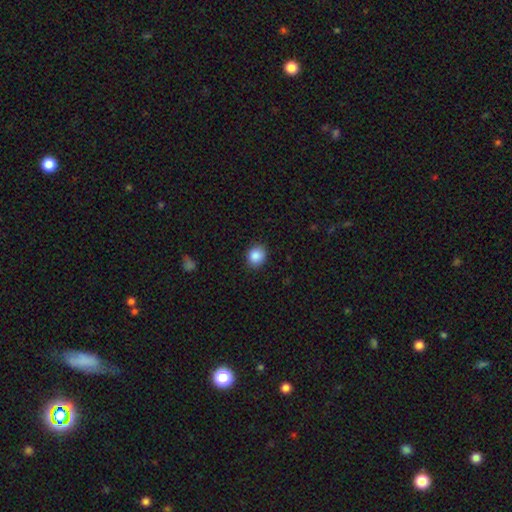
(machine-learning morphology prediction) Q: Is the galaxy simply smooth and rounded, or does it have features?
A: smooth — 88%.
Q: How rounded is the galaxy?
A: round — 69%.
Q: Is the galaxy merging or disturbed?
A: none — 88%.